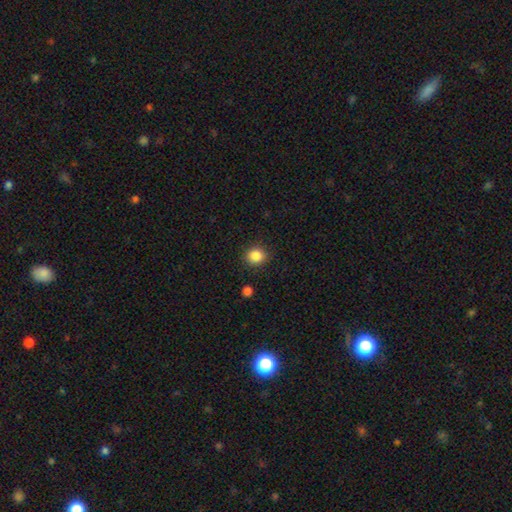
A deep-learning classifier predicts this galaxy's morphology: This appears to be a smooth galaxy with no disk features (86%) that is round (81%). Merging: none (88%).